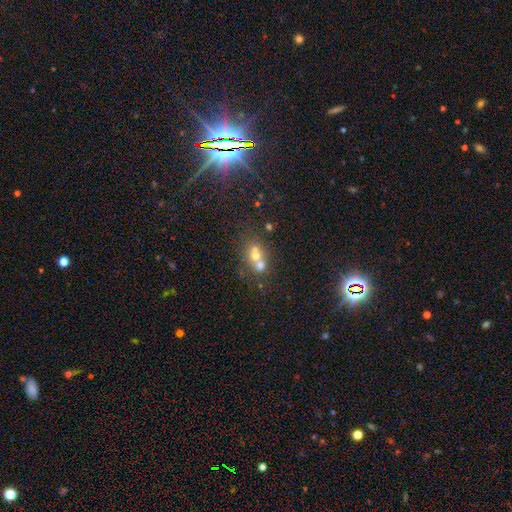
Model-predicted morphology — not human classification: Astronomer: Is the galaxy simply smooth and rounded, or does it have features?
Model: smooth — 55%.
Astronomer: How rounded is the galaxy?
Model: round — 61% (runner-up: in between, 37%).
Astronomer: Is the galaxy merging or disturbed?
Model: merger — 63%.